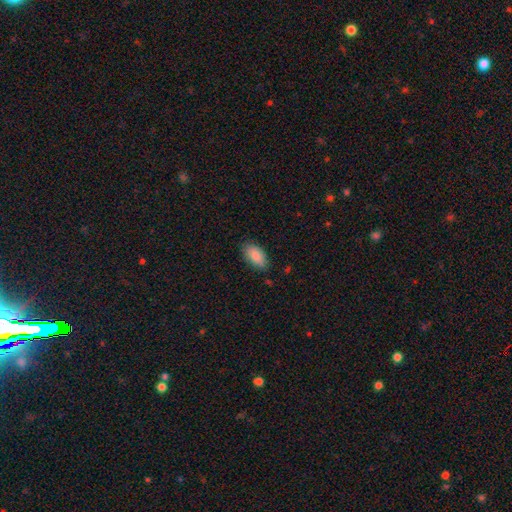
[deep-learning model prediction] This appears to be a smooth galaxy with no disk features (88%) that is in between round and cigar-shaped (92%). Merging: none (82%).